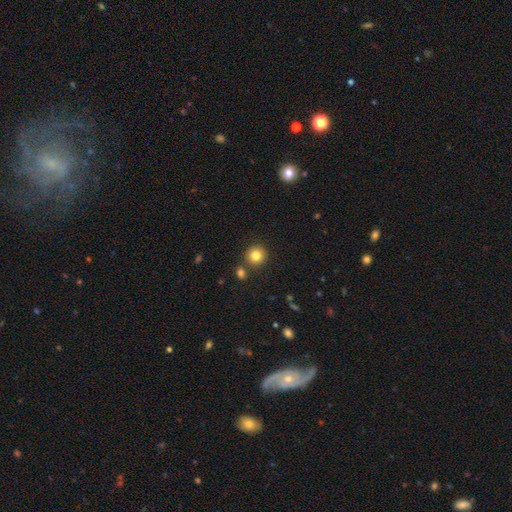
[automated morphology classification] smooth-or-featured: smooth: 82% | star or artifact: 11% | featured or disk: 7%
  how-rounded: round: 93% | in between: 6% | cigar-shaped: 1%
  merging: none: 83% | merger: 8% | minor disturbance: 7% | major disturbance: 2%